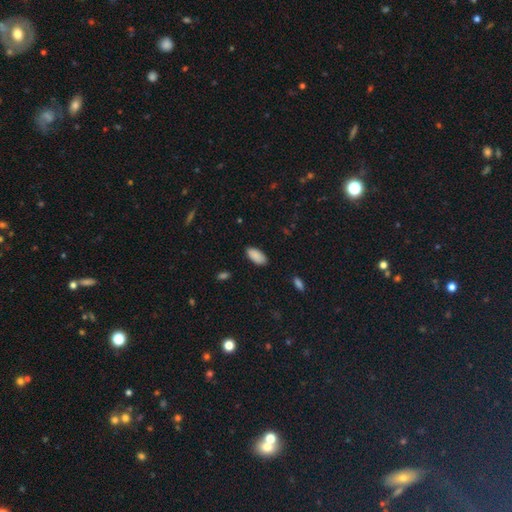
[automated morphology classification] Smooth or featured: smooth — 90% (star or artifact — 6%)
How rounded: in between — 92% (cigar-shaped — 6%)
Merging: none — 87% (minor disturbance — 10%)